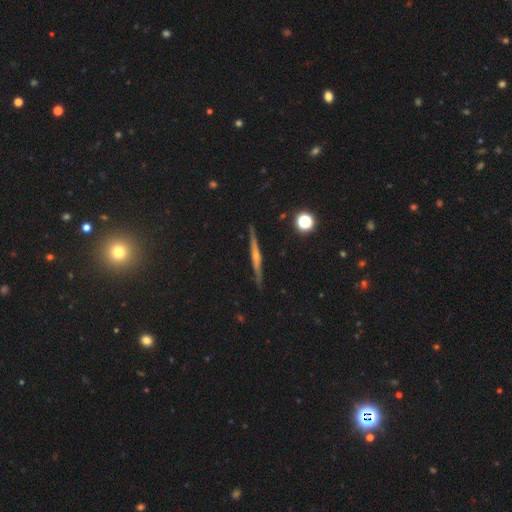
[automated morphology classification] Q: Smooth or featured?
A: featured or disk (74%); runner-up: smooth (17%)
Q: Edge-on disk?
A: yes (98%); runner-up: no (2%)
Q: Edge-on bulge?
A: rounded (69%); runner-up: none (23%)
Q: Merging?
A: none (90%); runner-up: minor disturbance (7%)